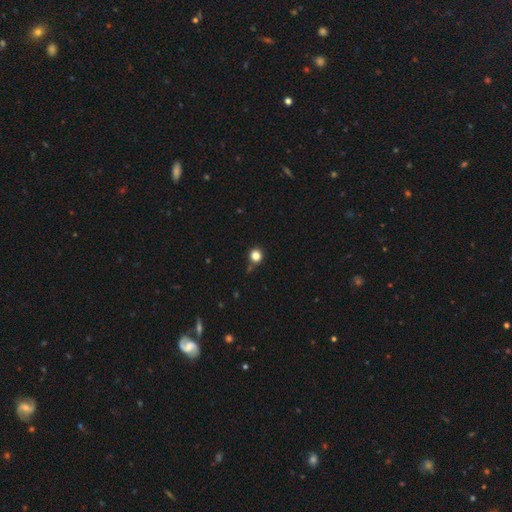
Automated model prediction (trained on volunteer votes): smooth 82%, star or artifact 14%, featured or disk 4%. Down the decision tree: how rounded — round (92%); merging — none (78%).